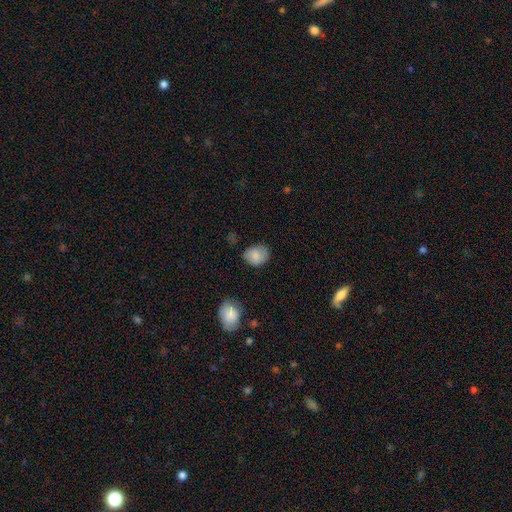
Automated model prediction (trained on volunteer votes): Smooth or featured? Predicted: smooth (p=0.84). How rounded? Predicted: round (p=0.51). Merging? Predicted: none (p=0.71).